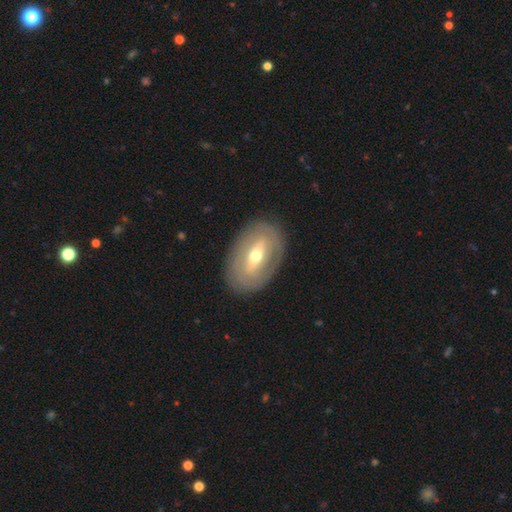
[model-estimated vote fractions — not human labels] Smooth or featured: featured or disk — 66% (smooth — 28%)
Edge-on disk: no — 89% (yes — 11%)
Bar: strong — 39% (weak — 36%)
Spiral arms: no — 61% (yes — 39%)
Bulge size: moderate — 62% (small — 32%)
Merging: none — 85% (minor disturbance — 10%)